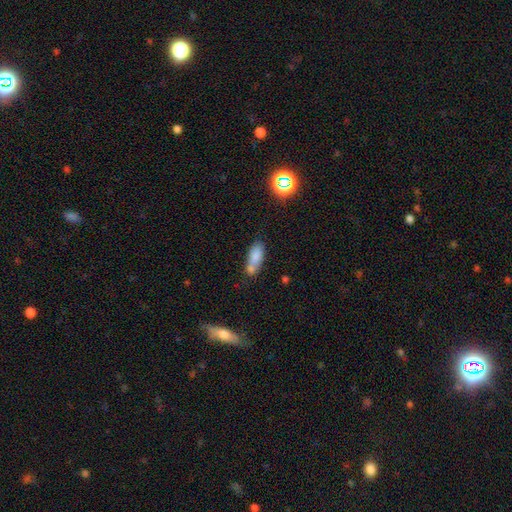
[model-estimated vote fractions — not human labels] Morphology: type=smooth (78%); roundness=in between (69%); merging=none (44%).